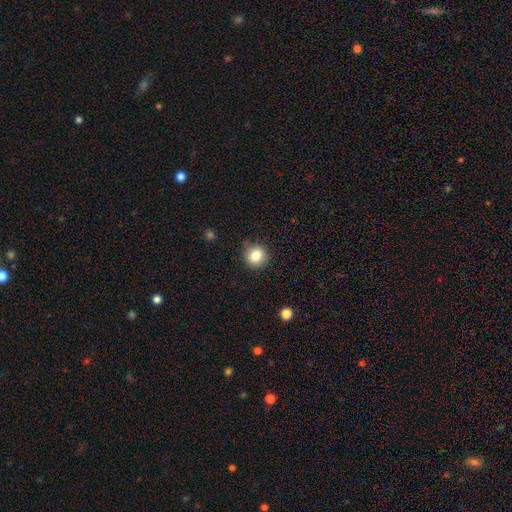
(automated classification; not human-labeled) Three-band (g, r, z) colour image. It shows a smooth galaxy with no disk features (83%) that is round (90%). Merging: none (85%).